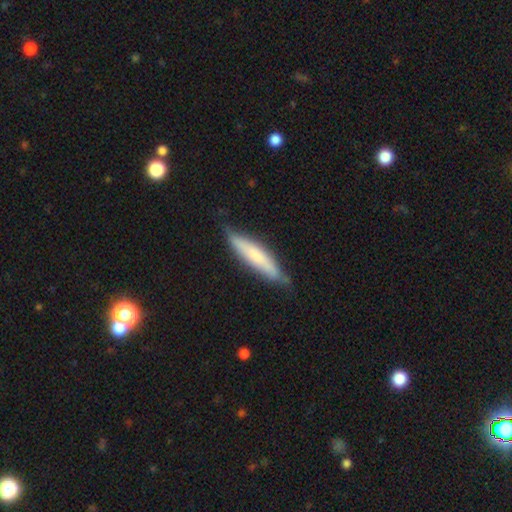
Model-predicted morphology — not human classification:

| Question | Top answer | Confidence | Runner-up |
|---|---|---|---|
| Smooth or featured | smooth | 63% | featured or disk (31%) |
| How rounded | cigar-shaped | 82% | in between (17%) |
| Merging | none | 72% | minor disturbance (22%) |